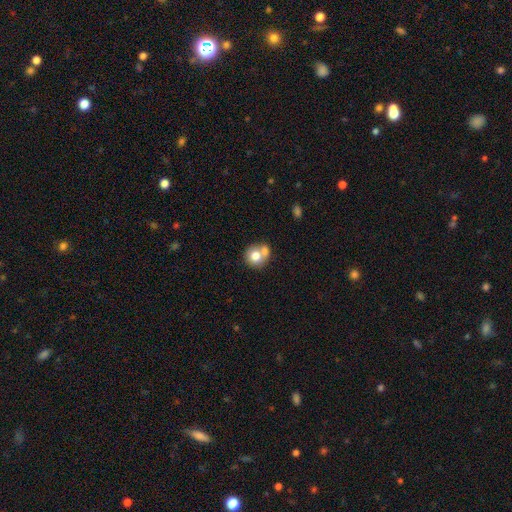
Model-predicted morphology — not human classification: Smooth or featured?
  - smooth: 73% *
  - featured or disk: 18%
  - star or artifact: 9%
How rounded?
  - round: 84% *
  - in between: 15%
  - cigar-shaped: 1%
Merging?
  - merger: 46% *
  - none: 42%
  - minor disturbance: 9%
  - major disturbance: 3%